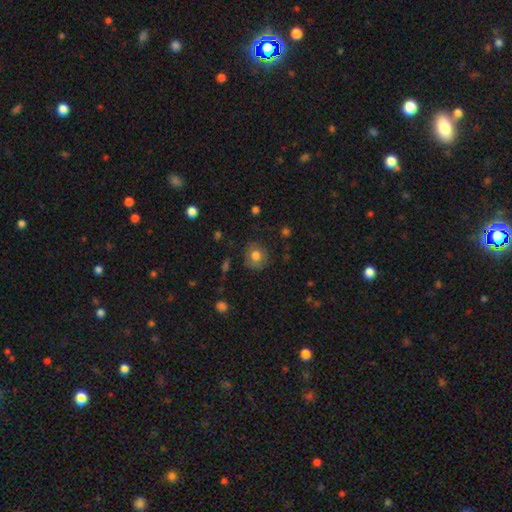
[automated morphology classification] Smooth or featured?
  - smooth: 75% *
  - featured or disk: 15%
  - star or artifact: 10%
How rounded?
  - round: 82% *
  - in between: 17%
  - cigar-shaped: 1%
Merging?
  - none: 79% *
  - minor disturbance: 15%
  - major disturbance: 4%
  - merger: 1%